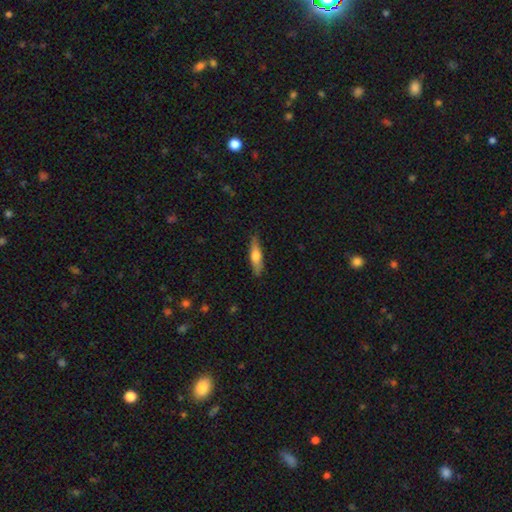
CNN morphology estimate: Smooth or featured?
  - smooth: 61% *
  - featured or disk: 33%
  - star or artifact: 6%
How rounded?
  - cigar-shaped: 67% *
  - in between: 30%
  - round: 2%
Merging?
  - none: 83% *
  - minor disturbance: 13%
  - major disturbance: 2%
  - merger: 1%